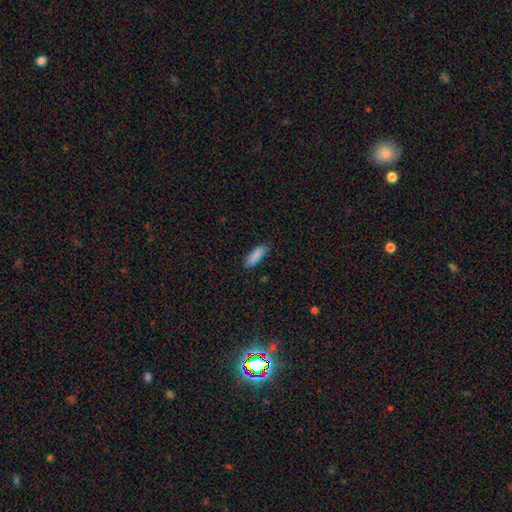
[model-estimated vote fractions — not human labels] smooth_or_featured: smooth (p=0.88) [alt: star or artifact p=0.07]
how_rounded: in between (p=0.60) [alt: cigar-shaped p=0.39]
merging: none (p=0.83) [alt: minor disturbance p=0.14]